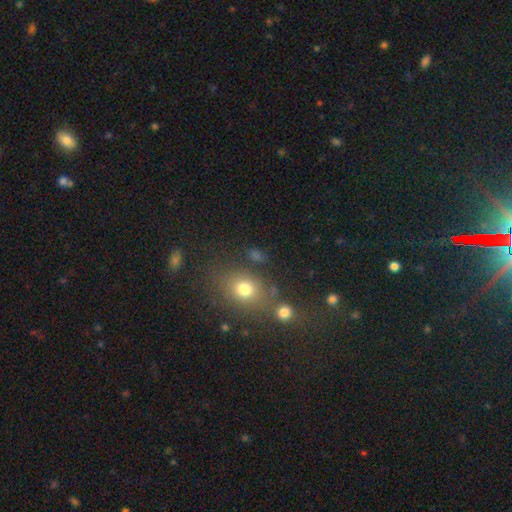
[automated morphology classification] smooth_or_featured: smooth (p=0.66) [alt: star or artifact p=0.24]
how_rounded: round (p=0.50) [alt: in between p=0.47]
merging: none (p=0.69) [alt: merger p=0.13]